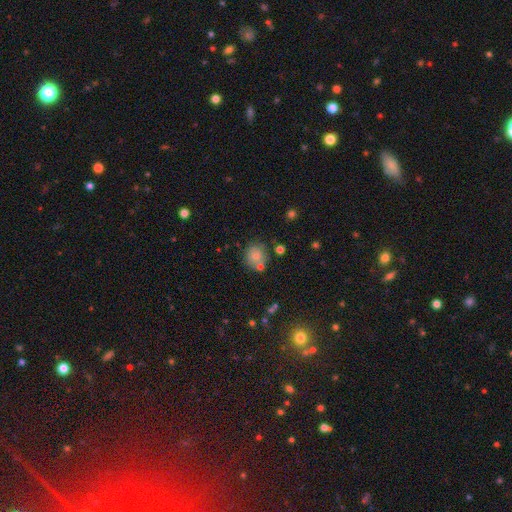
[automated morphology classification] smooth_or_featured: smooth (p=0.76) [alt: star or artifact p=0.13]
how_rounded: round (p=0.83) [alt: in between p=0.16]
merging: none (p=0.72) [alt: minor disturbance p=0.13]